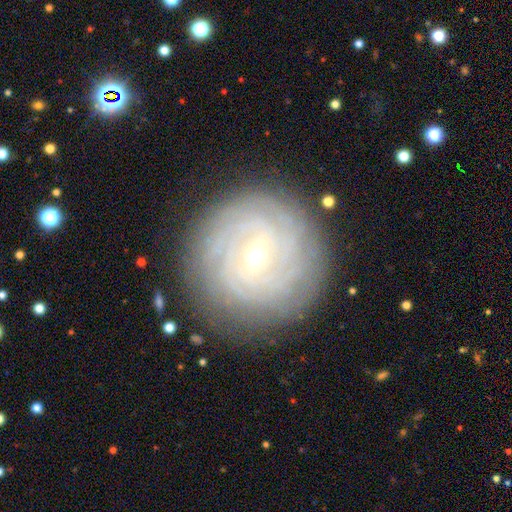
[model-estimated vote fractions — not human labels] Q: Smooth or featured?
A: featured or disk (83%); runner-up: smooth (10%)
Q: Edge-on disk?
A: no (97%); runner-up: yes (3%)
Q: Bar?
A: weak (55%); runner-up: strong (27%)
Q: Spiral arms?
A: yes (95%); runner-up: no (5%)
Q: Spiral winding?
A: tight (87%); runner-up: medium (10%)
Q: Spiral arm count?
A: can't tell (36%); runner-up: 4 (20%)
Q: Bulge size?
A: small (52%); runner-up: moderate (45%)
Q: Merging?
A: none (87%); runner-up: minor disturbance (9%)